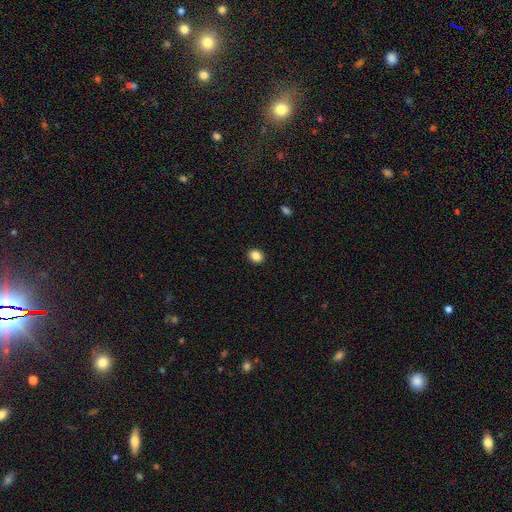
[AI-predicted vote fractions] Smooth or featured? smooth (86%)
How rounded? round (62%)
Merging? none (92%)